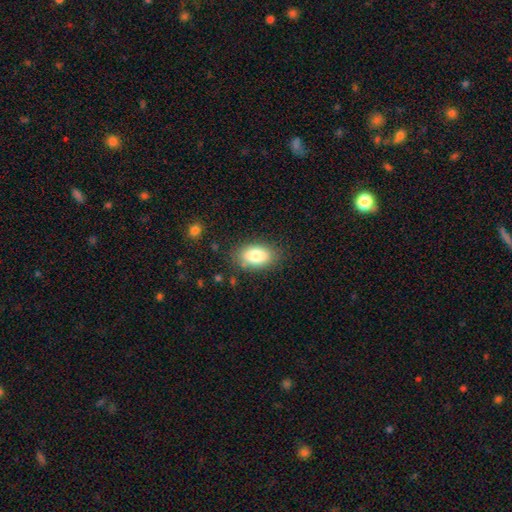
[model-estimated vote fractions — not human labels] This is clearly a smooth galaxy (83%). How rounded: clearly in between (90%). Merging: clearly none (81%).